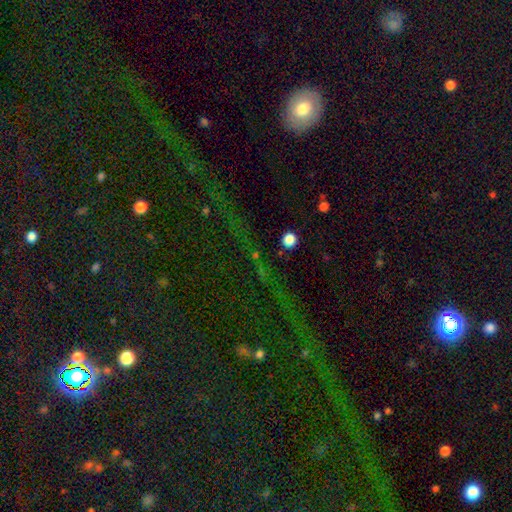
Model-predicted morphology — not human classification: Smooth or featured? Predicted: star or artifact (p=0.63).